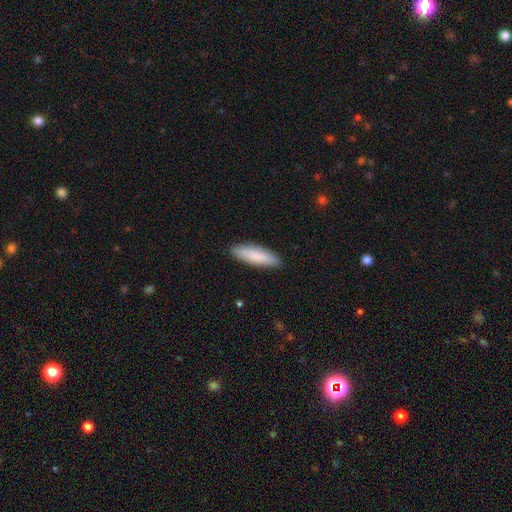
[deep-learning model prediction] Smooth or featured? Predicted: smooth (p=0.85). How rounded? Predicted: cigar-shaped (p=0.63). Merging? Predicted: none (p=0.89).